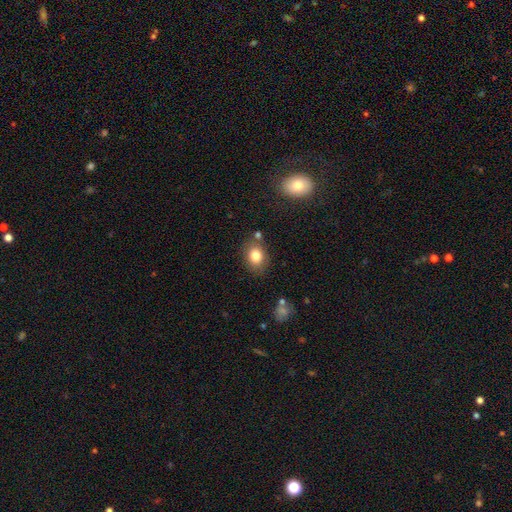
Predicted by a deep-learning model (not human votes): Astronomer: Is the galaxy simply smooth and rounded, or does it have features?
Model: smooth — 81%.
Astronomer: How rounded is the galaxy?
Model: in between — 58% (runner-up: round, 41%).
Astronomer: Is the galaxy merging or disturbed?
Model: none — 77%.